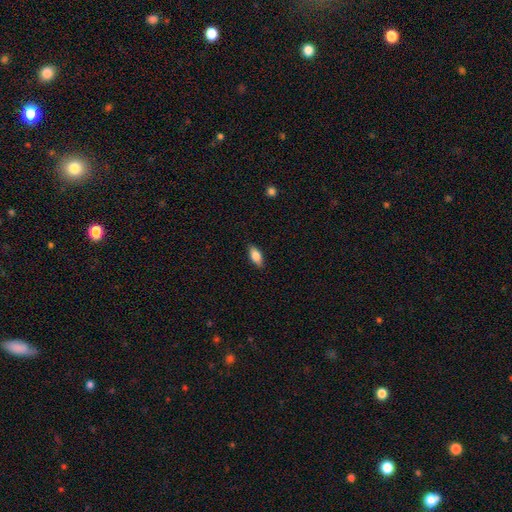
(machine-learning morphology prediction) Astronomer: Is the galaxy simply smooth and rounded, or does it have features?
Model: smooth — 79%.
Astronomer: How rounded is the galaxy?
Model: in between — 84%.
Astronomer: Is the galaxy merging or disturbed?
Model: none — 87%.